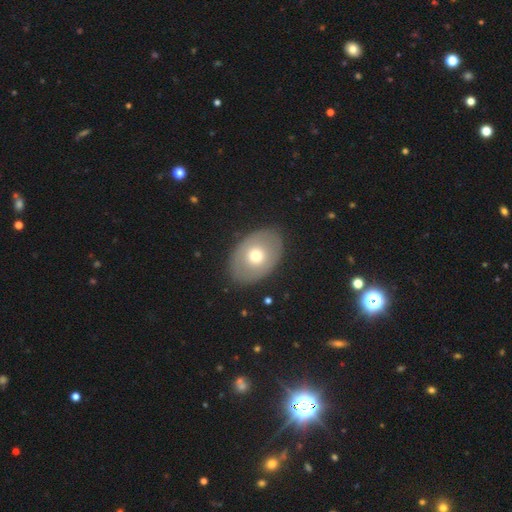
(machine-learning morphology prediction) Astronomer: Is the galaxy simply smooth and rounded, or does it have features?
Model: smooth — 61%.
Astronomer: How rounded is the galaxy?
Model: in between — 80%.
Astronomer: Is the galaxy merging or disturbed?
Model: none — 87%.